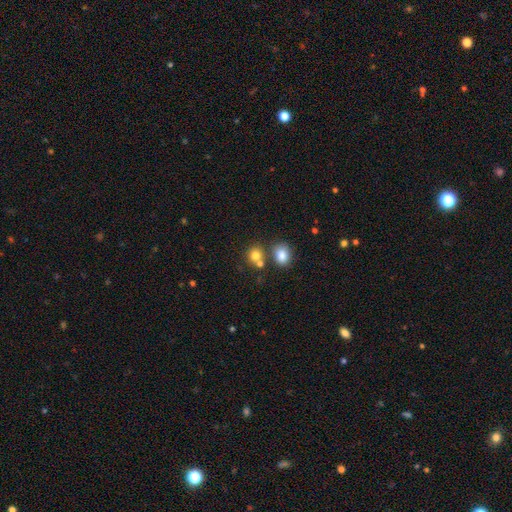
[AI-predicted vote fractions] Smooth or featured? smooth (79%)
How rounded? round (79%)
Merging? none (60%)